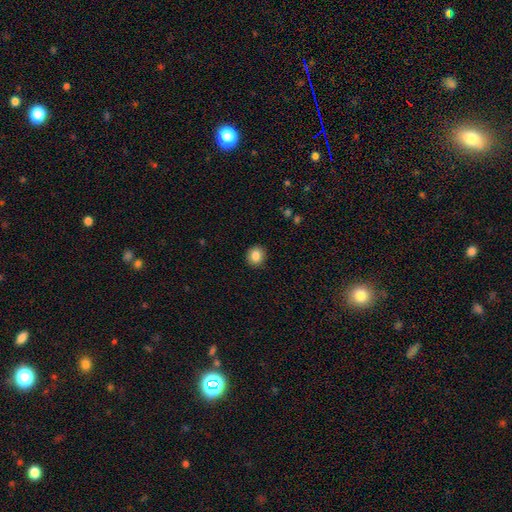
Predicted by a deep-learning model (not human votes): Morphology: type=smooth (84%); roundness=round (78%); merging=none (91%).